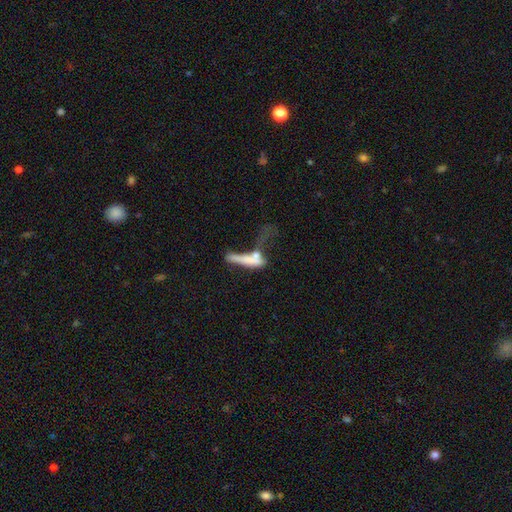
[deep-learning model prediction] smooth_or_featured: smooth (p=0.55) [alt: featured or disk p=0.35]
how_rounded: cigar-shaped (p=0.73) [alt: in between p=0.22]
merging: merger (p=0.39) [alt: major disturbance p=0.31]